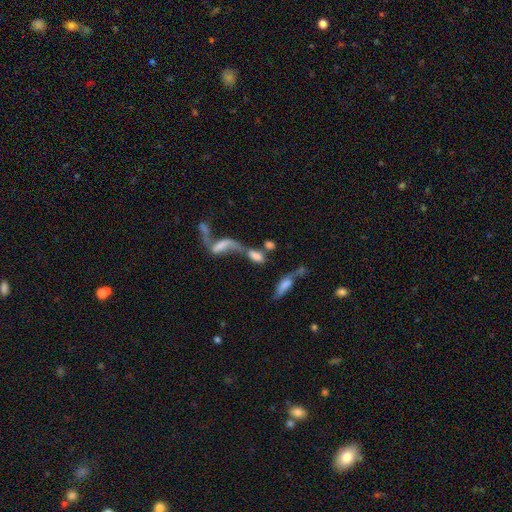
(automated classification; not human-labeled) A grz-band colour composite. It shows a smooth galaxy with no disk features (57%) that is in between round and cigar-shaped (75%). Merging: merger (65%).